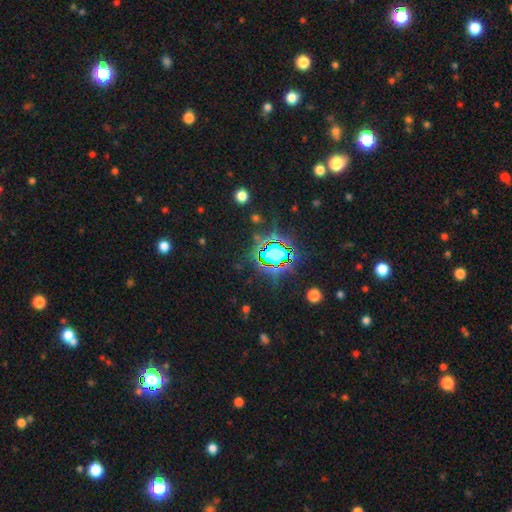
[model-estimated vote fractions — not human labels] This is likely a star or artifact rather than a galaxy (79%).